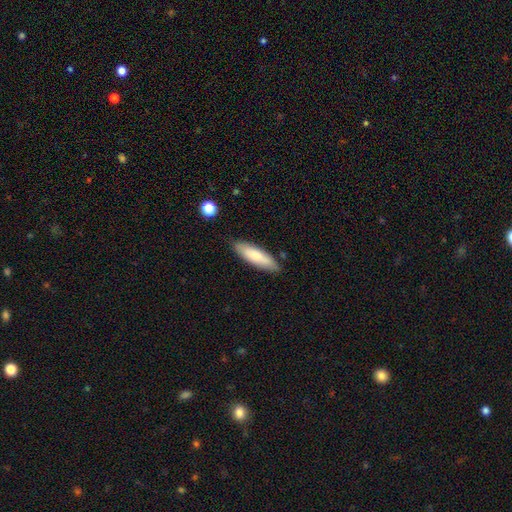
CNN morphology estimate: smooth 77%, featured or disk 17%, star or artifact 6%. Down the decision tree: how rounded — cigar-shaped (57%); merging — none (83%).